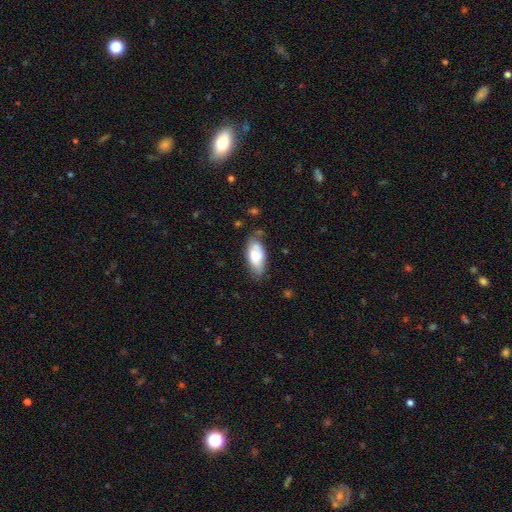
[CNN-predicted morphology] Smooth or featured?
  - smooth: 69% *
  - featured or disk: 24%
  - star or artifact: 7%
How rounded?
  - in between: 85% *
  - cigar-shaped: 12%
  - round: 2%
Merging?
  - none: 60% *
  - minor disturbance: 29%
  - major disturbance: 7%
  - merger: 4%